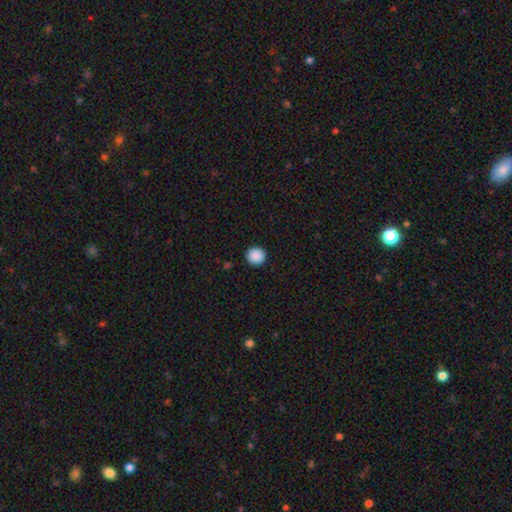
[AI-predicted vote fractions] A smooth galaxy with no disk features (90%) that is round (93%).

Vote fractions:
- Smooth or featured? smooth: 90% / star or artifact: 8% / featured or disk: 2%
- How rounded? round: 93% / in between: 6% / cigar-shaped: 1%
- Merging? none: 93% / minor disturbance: 5% / major disturbance: 2% / merger: 1%